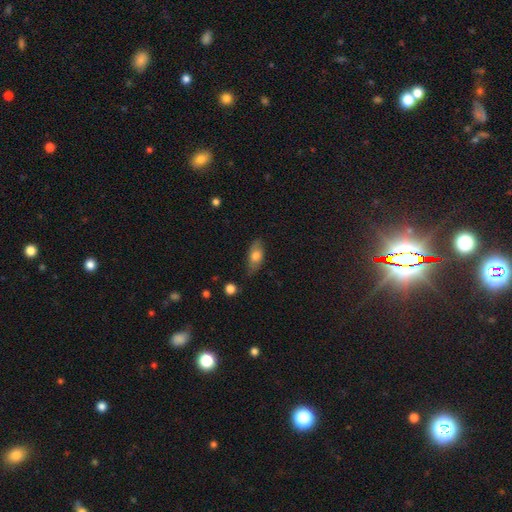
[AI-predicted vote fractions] Overall: smooth (70%). How rounded: in between (82%). Merging: none (71%).